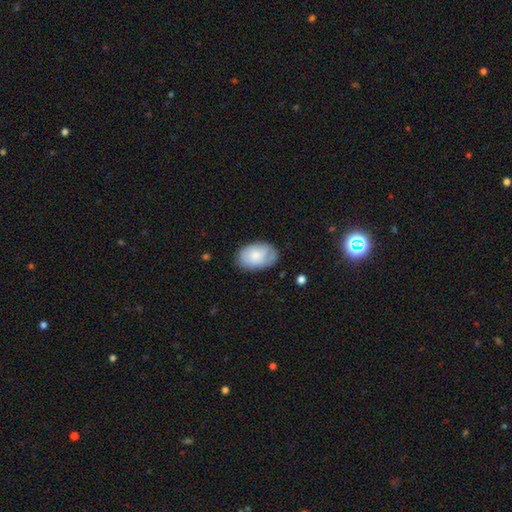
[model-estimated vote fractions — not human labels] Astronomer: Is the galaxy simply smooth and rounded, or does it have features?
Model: smooth — 73%.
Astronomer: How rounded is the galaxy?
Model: in between — 89%.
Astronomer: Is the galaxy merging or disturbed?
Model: none — 75%.